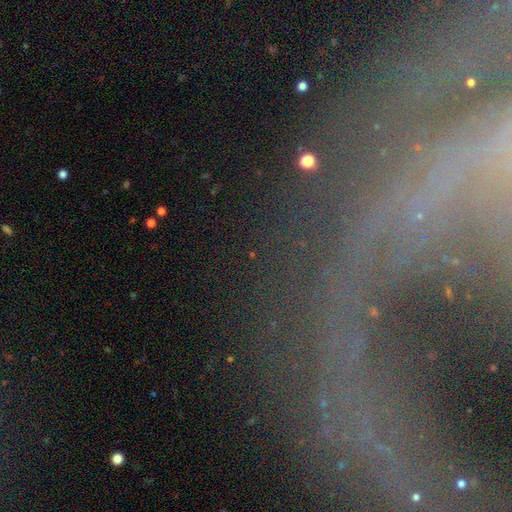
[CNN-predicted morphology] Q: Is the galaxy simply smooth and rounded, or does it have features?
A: featured or disk — 53%.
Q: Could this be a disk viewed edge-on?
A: no — 77%.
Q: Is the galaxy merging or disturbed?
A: none — 70%.